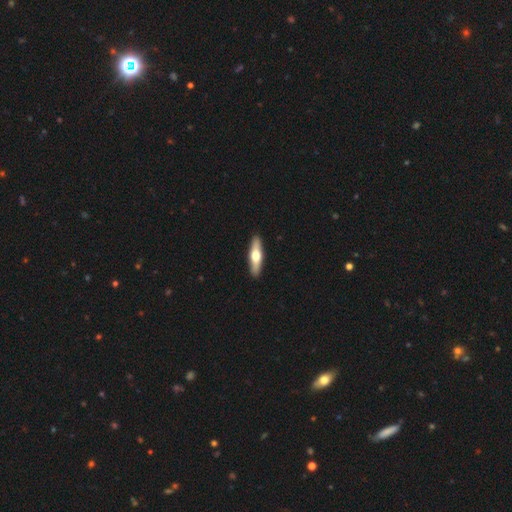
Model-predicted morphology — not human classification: Smooth or featured: featured or disk — 49% (smooth — 46%)
Merging: none — 91% (minor disturbance — 7%)